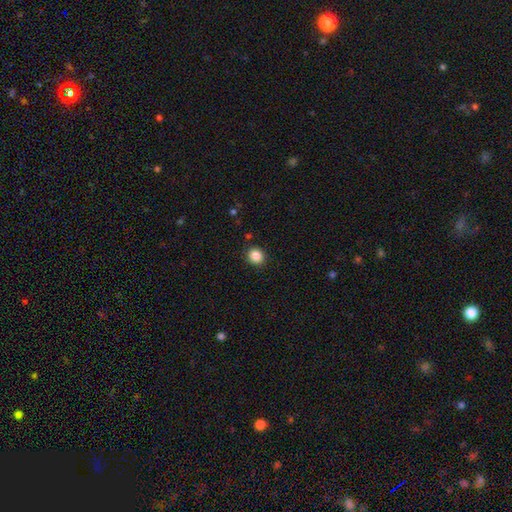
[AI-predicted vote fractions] smooth 87%, star or artifact 10%, featured or disk 3%. Down the decision tree: how rounded — round (80%); merging — none (90%).